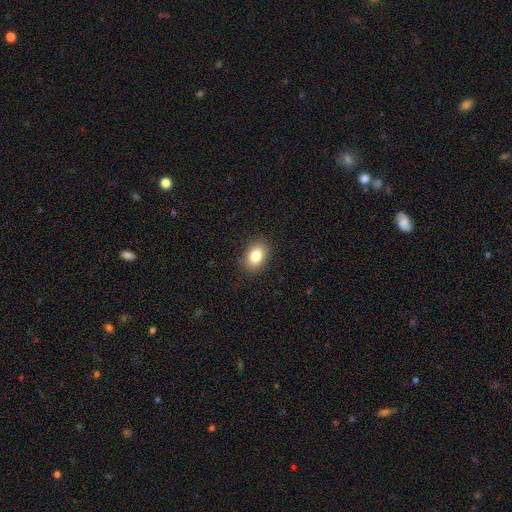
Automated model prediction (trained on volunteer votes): Morphology: type=smooth (82%); roundness=in between (75%); merging=none (87%).